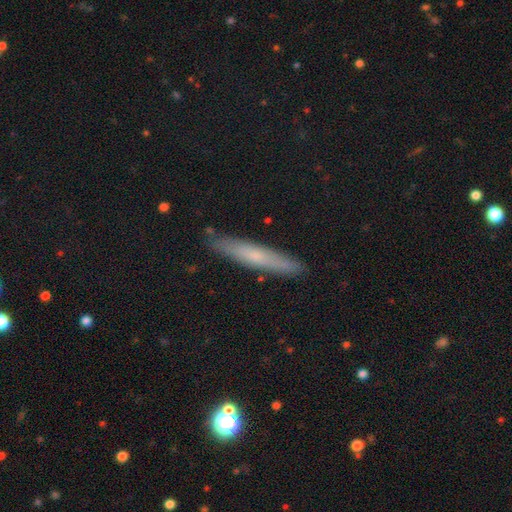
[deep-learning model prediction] This is possibly a smooth galaxy (52%). How rounded: clearly cigar-shaped (93%). Merging: clearly none (89%).